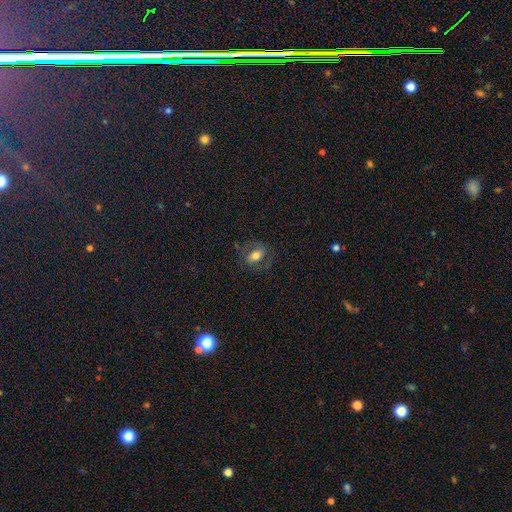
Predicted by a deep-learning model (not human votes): Morphology: type=smooth (49%); merging=none (66%).